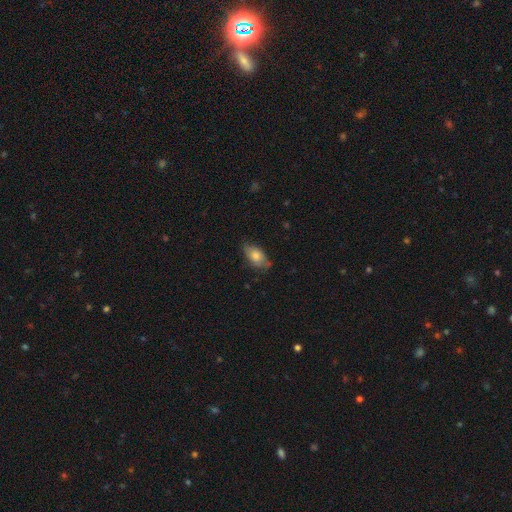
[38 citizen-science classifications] Smooth or featured?
  - smooth: 71% *
  - featured or disk: 24%
  - star or artifact: 5%
How rounded?
  - in between: 93% *
  - round: 7%
  - cigar-shaped: 0%
Merging?
  - none: 67% *
  - minor disturbance: 25%
  - major disturbance: 6%
  - merger: 3%